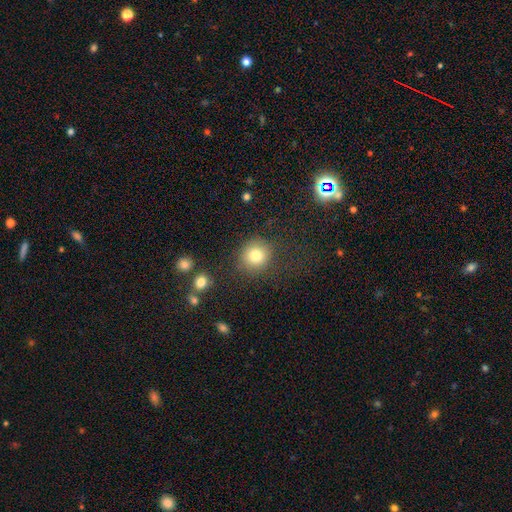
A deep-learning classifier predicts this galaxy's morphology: The model was most divided on "merging": none: 80%, minor disturbance: 11%, major disturbance: 6%, merger: 3%. More confident: how rounded — round (85%); smooth or featured — smooth (81%).